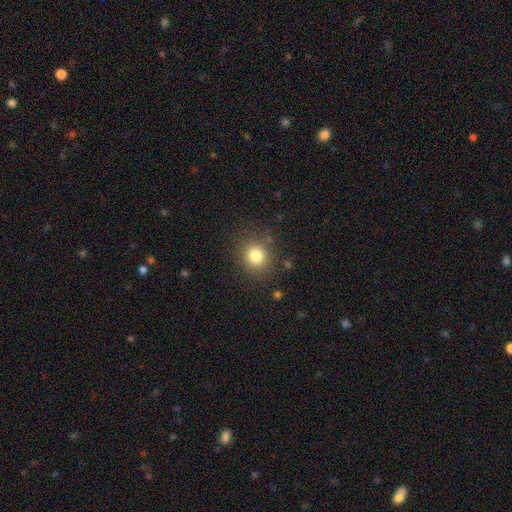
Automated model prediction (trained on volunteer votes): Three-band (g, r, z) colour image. It shows a smooth galaxy with no disk features (80%) that is round (87%). Merging: none (85%).